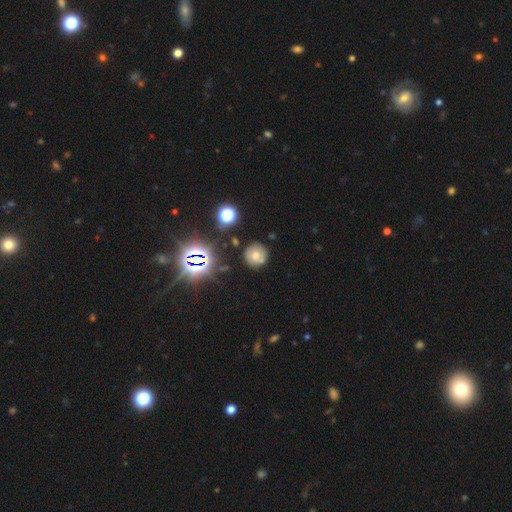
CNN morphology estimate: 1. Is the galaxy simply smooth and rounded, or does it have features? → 56% smooth, 23% featured or disk, 21% star or artifact.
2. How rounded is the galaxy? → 92% round, 7% in between, 1% cigar-shaped.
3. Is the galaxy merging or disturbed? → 77% none, 13% minor disturbance, 6% merger, 4% major disturbance.